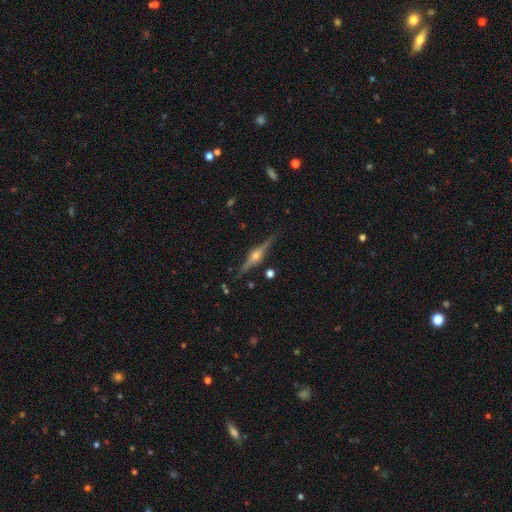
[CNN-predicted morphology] Smooth or featured? featured or disk (86%)
Edge-on disk? yes (98%)
Edge-on bulge? rounded (94%)
Merging? none (89%)